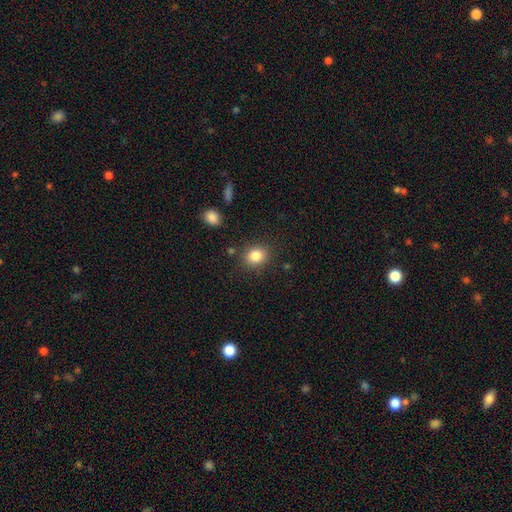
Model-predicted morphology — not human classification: Smooth or featured? smooth (84%)
How rounded? round (71%)
Merging? none (85%)